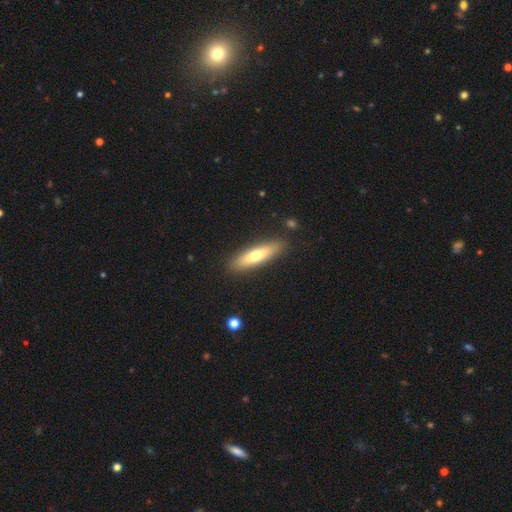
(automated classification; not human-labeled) Smooth or featured: smooth — 62% (featured or disk — 32%)
How rounded: cigar-shaped — 73% (in between — 25%)
Merging: none — 88% (minor disturbance — 8%)